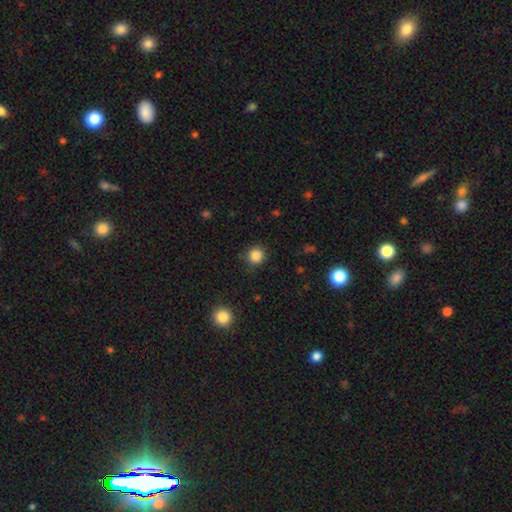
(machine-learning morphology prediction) smooth 85%, star or artifact 11%, featured or disk 3%. Down the decision tree: how rounded — round (93%); merging — none (88%).